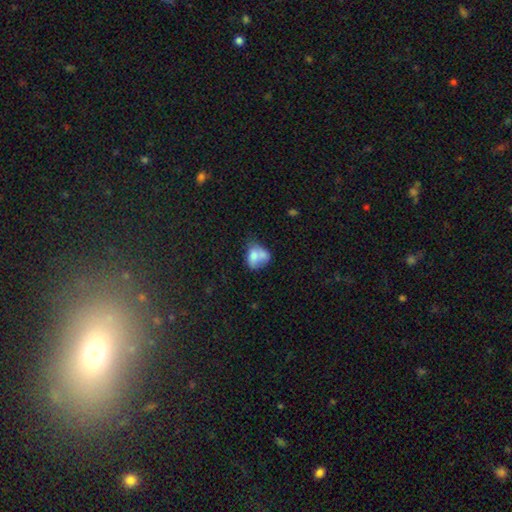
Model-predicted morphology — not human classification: Smooth or featured? Predicted: smooth (p=0.67). How rounded? Predicted: in between (p=0.63). Merging? Predicted: merger (p=0.54).